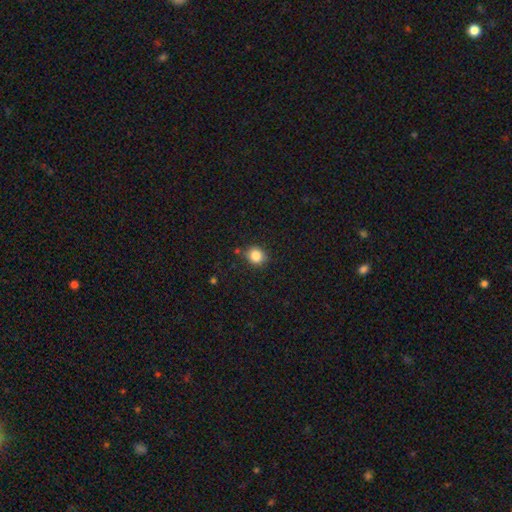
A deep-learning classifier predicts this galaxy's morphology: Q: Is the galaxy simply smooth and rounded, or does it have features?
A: smooth — 85%.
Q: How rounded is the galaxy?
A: round — 79%.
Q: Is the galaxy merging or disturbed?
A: none — 82%.